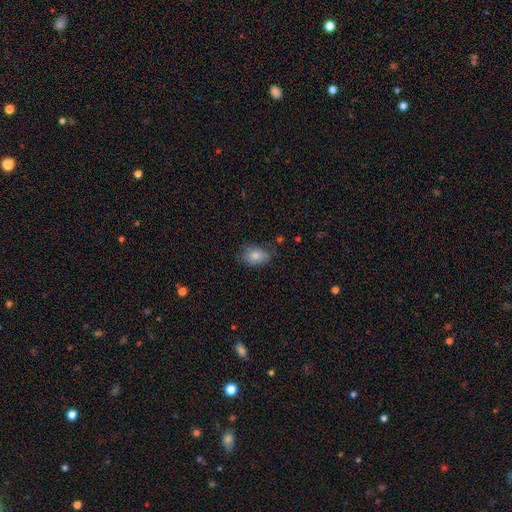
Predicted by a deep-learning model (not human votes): smooth-or-featured: smooth: 82% | featured or disk: 10% | star or artifact: 8%
  how-rounded: in between: 85% | round: 14% | cigar-shaped: 1%
  merging: none: 68% | minor disturbance: 24% | major disturbance: 6% | merger: 2%